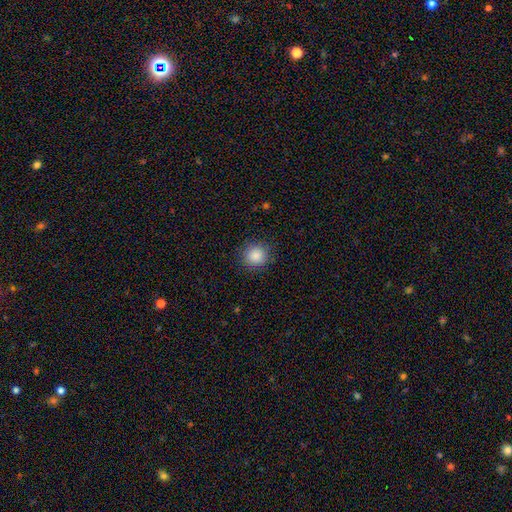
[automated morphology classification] smooth 87%, star or artifact 9%, featured or disk 3%. Down the decision tree: how rounded — round (90%); merging — none (89%).